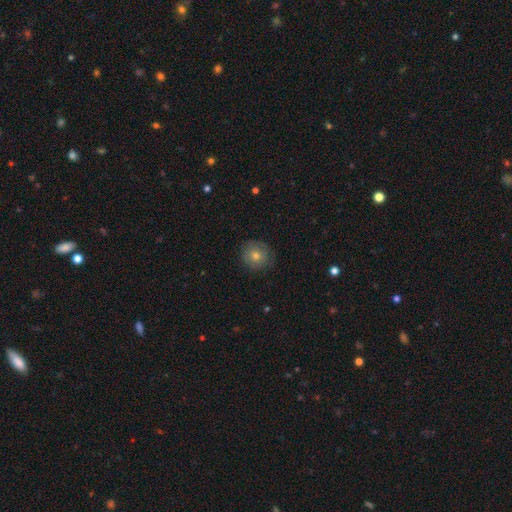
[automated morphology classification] This is likely a smooth galaxy (61%). How rounded: clearly round (92%). Merging: clearly none (84%).